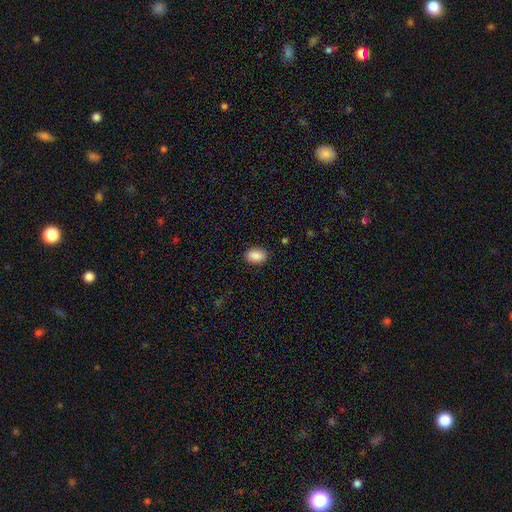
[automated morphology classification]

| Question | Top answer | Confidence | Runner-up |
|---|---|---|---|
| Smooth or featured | smooth | 89% | star or artifact (7%) |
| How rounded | in between | 85% | round (14%) |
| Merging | none | 88% | minor disturbance (9%) |